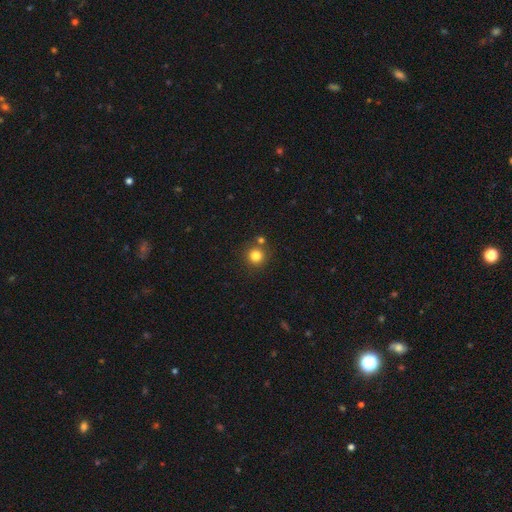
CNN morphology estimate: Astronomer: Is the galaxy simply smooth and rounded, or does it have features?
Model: smooth — 81%.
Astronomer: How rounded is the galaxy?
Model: round — 94%.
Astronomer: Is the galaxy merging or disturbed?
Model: none — 78%.